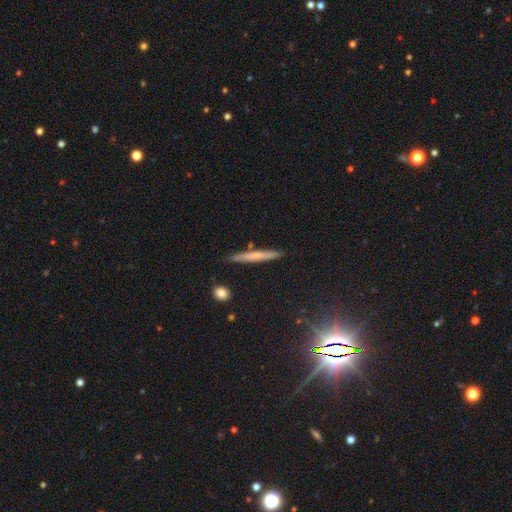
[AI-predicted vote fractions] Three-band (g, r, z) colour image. It shows a smooth galaxy with no disk features (55%) that is cigar-shaped (95%). Merging: none (88%).